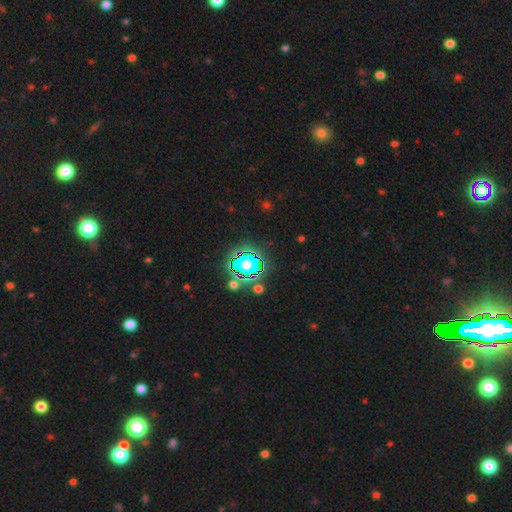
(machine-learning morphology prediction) This is clearly a star or artifact rather than a galaxy (82%).